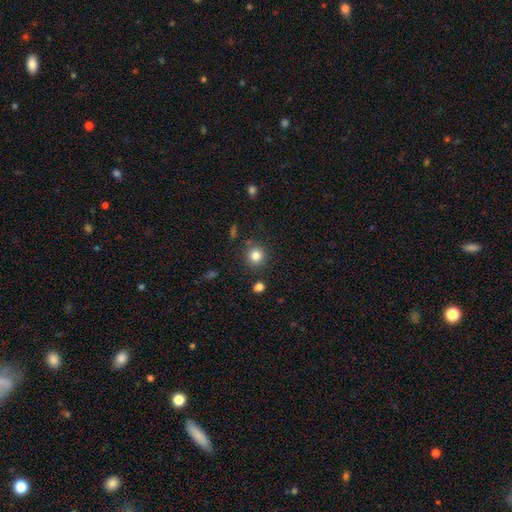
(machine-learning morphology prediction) Smooth or featured? Predicted: smooth (p=0.82). How rounded? Predicted: round (p=0.93). Merging? Predicted: none (p=0.86).